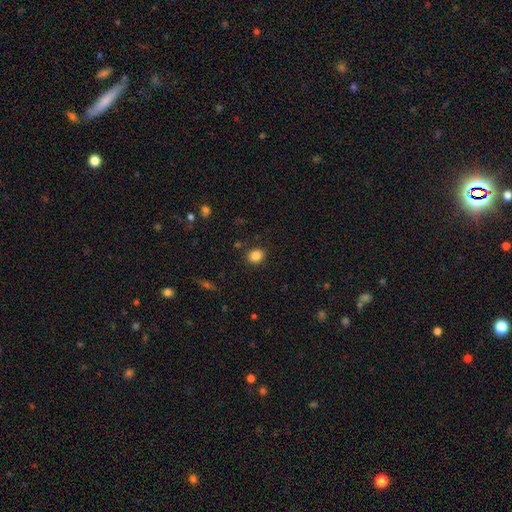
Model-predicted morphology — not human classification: This is clearly a smooth galaxy (85%). How rounded: likely round (62%). Merging: clearly none (87%).